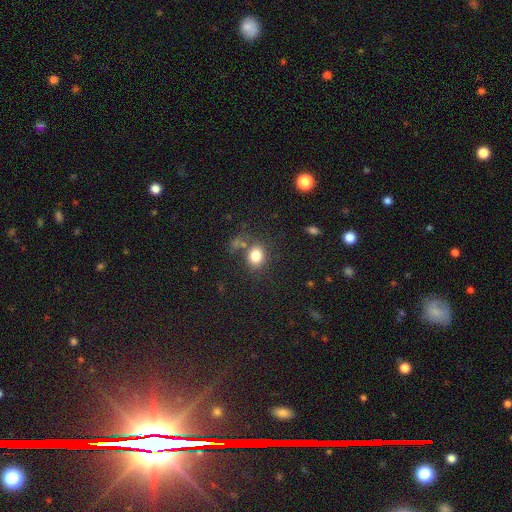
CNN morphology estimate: smooth 81%, star or artifact 12%, featured or disk 7%. Down the decision tree: how rounded — round (56%); merging — none (72%).